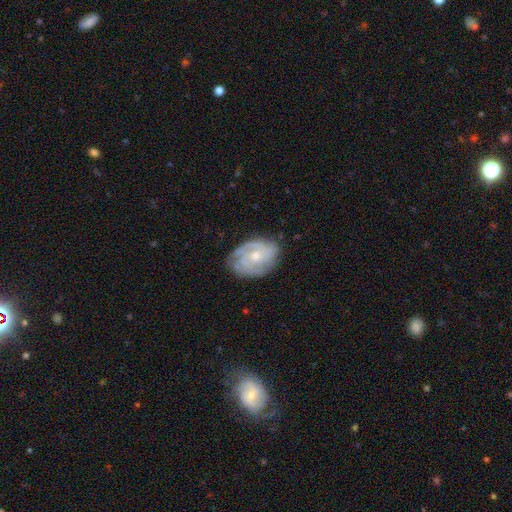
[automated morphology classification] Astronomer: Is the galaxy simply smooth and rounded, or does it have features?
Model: featured or disk — 77%.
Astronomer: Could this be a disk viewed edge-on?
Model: no — 97%.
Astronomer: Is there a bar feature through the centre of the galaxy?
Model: no — 76%.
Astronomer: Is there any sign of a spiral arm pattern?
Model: yes — 89%.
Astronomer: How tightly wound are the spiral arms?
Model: tight — 60%.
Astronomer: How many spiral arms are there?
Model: can't tell — 37% (runner-up: 2, 24%).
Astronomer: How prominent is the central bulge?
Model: moderate — 52% (runner-up: small, 43%).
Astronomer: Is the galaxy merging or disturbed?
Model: none — 70%.